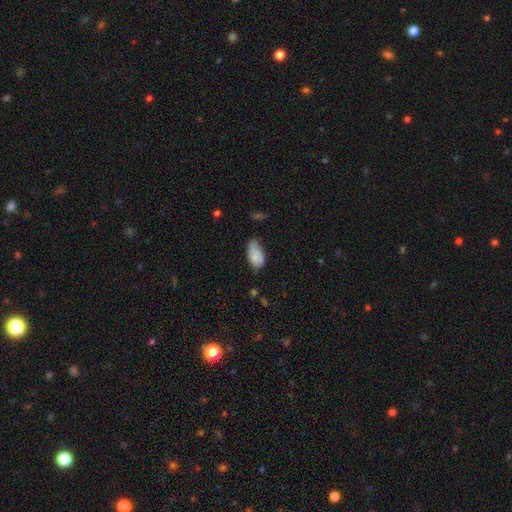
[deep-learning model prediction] Smooth or featured?
  - smooth: 83% *
  - featured or disk: 9%
  - star or artifact: 8%
How rounded?
  - in between: 93% *
  - round: 4%
  - cigar-shaped: 2%
Merging?
  - minor disturbance: 45% *
  - none: 37%
  - major disturbance: 14%
  - merger: 4%